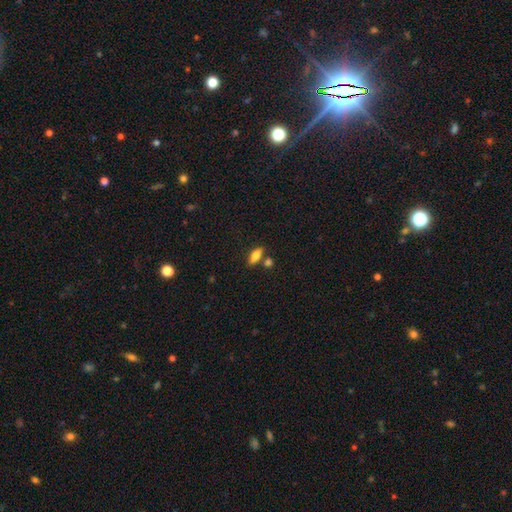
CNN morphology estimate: type=smooth (70%); roundness=in between (75%); merging=none (72%).